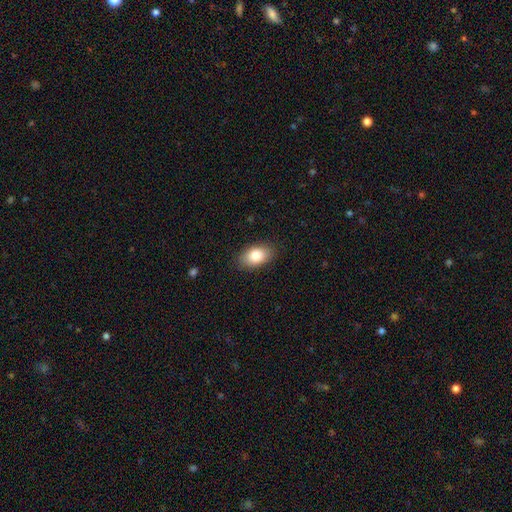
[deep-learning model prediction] A smooth galaxy with no disk features (83%) that is in between round and cigar-shaped (90%).

Vote fractions:
- Smooth or featured? smooth: 83% / featured or disk: 9% / star or artifact: 7%
- How rounded? in between: 90% / round: 8% / cigar-shaped: 2%
- Merging? none: 86% / minor disturbance: 10% / major disturbance: 3% / merger: 1%